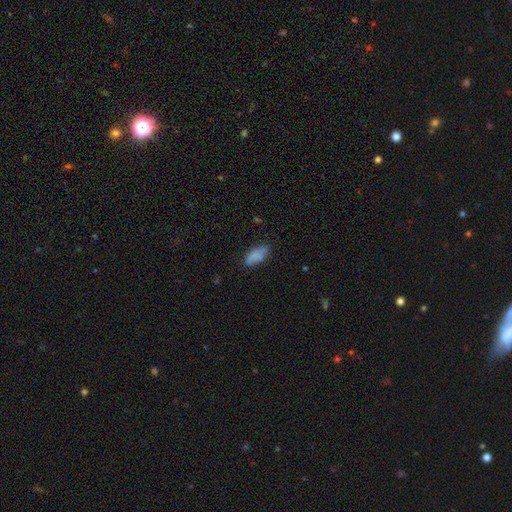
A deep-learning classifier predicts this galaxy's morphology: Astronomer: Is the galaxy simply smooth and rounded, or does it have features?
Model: smooth — 81%.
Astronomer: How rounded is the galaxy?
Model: in between — 90%.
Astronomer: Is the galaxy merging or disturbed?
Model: none — 67%.